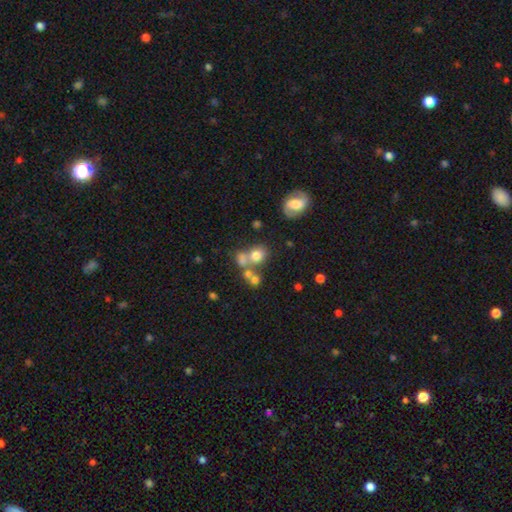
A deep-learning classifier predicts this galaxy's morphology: A smooth galaxy with no disk features (68%) that is round (72%). Merging: none (44%).